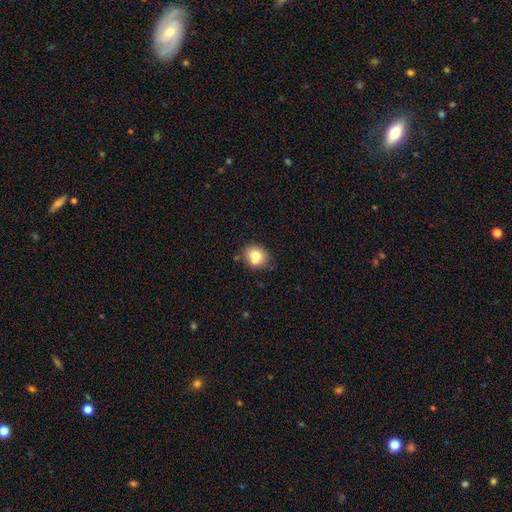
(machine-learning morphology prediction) Smooth or featured: smooth — 77% (featured or disk — 13%)
How rounded: round — 66% (in between — 33%)
Merging: none — 68% (merger — 15%)